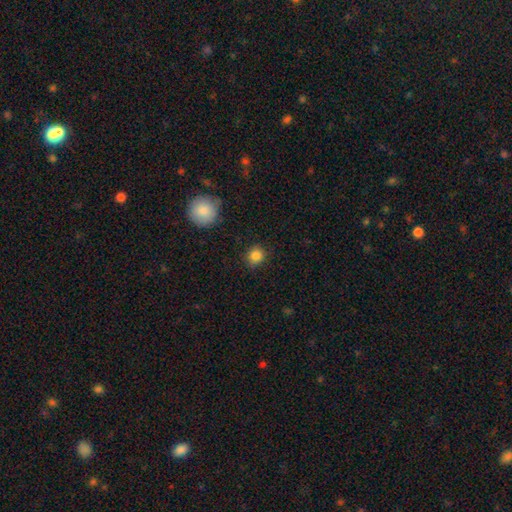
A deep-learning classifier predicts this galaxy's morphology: Smooth or featured? Predicted: smooth (p=0.85). How rounded? Predicted: round (p=0.83). Merging? Predicted: none (p=0.85).